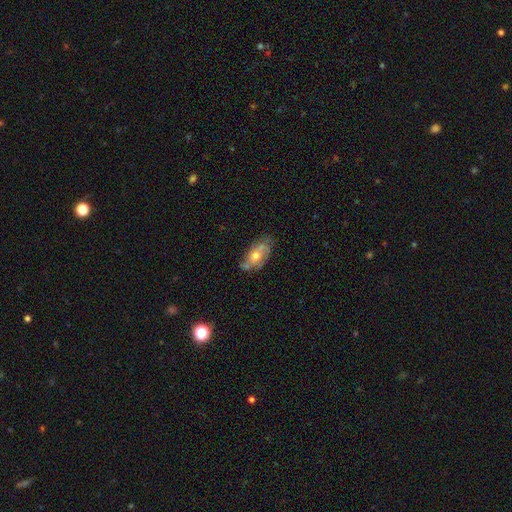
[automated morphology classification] This is possibly a featured or disk galaxy (54%). It is clearly not viewed edge-on (91%). Merging: possibly none (54%).